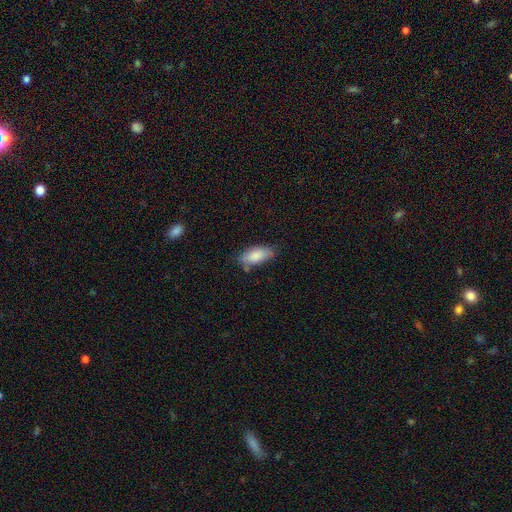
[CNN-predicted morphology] The model was most divided on "merging": none: 61%, minor disturbance: 28%, major disturbance: 6%, merger: 5%. More confident: how rounded — in between (89%); smooth or featured — smooth (84%).